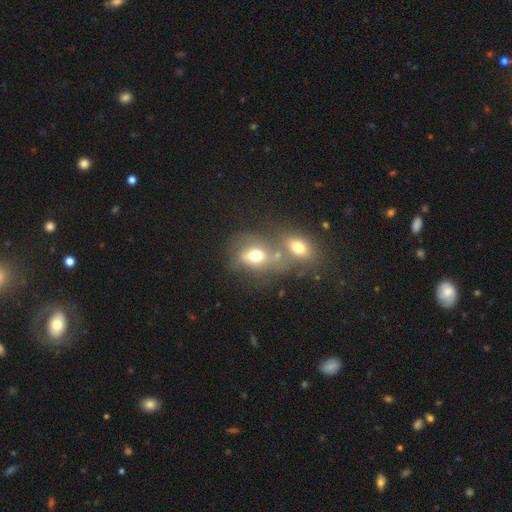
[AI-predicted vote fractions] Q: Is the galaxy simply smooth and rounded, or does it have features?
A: smooth — 65%.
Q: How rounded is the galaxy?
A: in between — 63%.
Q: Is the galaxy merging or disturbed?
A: merger — 52%.